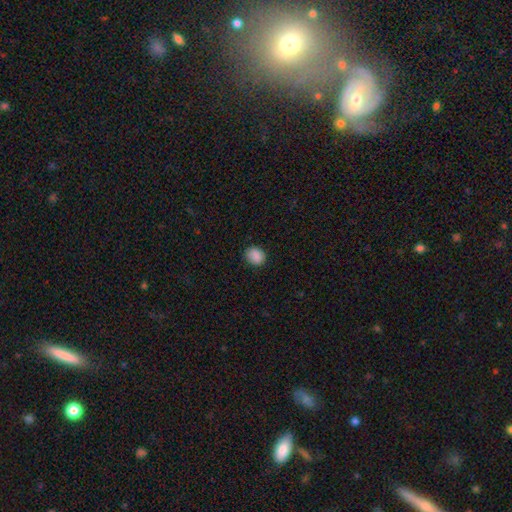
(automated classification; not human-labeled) This appears to be a smooth galaxy with no disk features (88%) that is round (58%). Merging: none (86%).